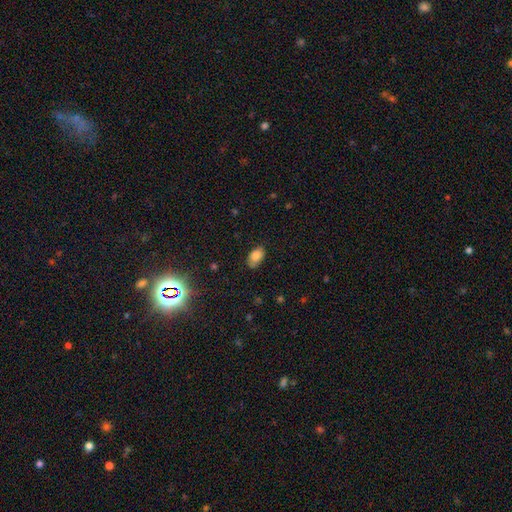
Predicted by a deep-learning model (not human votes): smooth_or_featured: smooth (p=0.81) [alt: star or artifact p=0.10]
how_rounded: in between (p=0.92) [alt: round p=0.07]
merging: none (p=0.75) [alt: minor disturbance p=0.20]